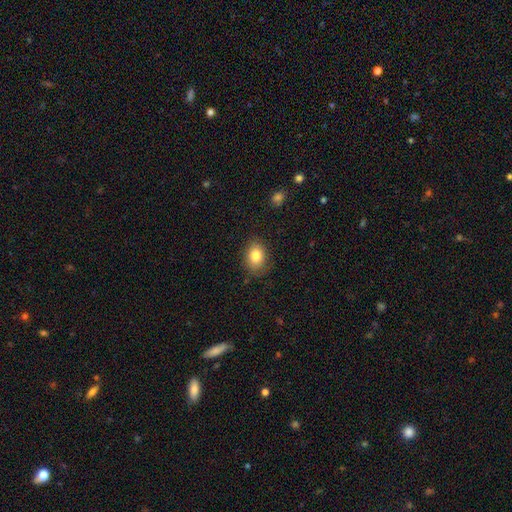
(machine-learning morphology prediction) Smooth or featured? smooth (82%)
How rounded? in between (68%)
Merging? none (82%)